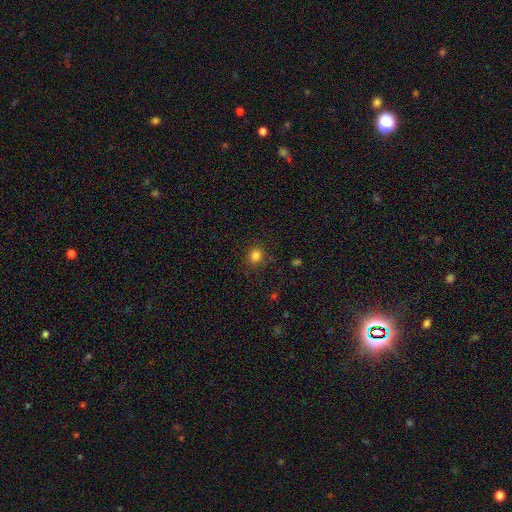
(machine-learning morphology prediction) This appears to be a smooth galaxy with no disk features (82%) that is round (74%). Merging: none (86%).